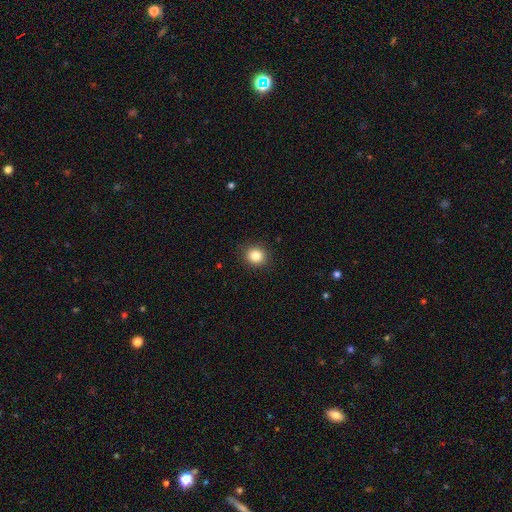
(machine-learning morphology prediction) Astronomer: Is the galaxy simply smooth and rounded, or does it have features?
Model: smooth — 85%.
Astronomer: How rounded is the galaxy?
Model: round — 84%.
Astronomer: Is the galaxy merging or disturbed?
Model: none — 90%.